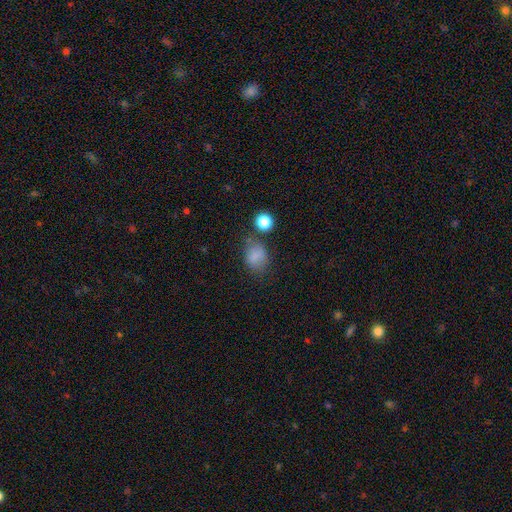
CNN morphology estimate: Smooth or featured? Predicted: smooth (p=0.79). How rounded? Predicted: in between (p=0.56). Merging? Predicted: none (p=0.62).